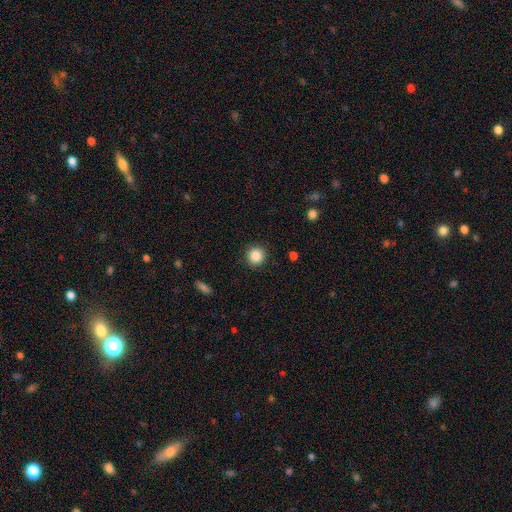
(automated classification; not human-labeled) Smooth or featured?
  - smooth: 87% *
  - star or artifact: 10%
  - featured or disk: 3%
How rounded?
  - round: 93% *
  - in between: 6%
  - cigar-shaped: 1%
Merging?
  - none: 90% *
  - minor disturbance: 6%
  - major disturbance: 2%
  - merger: 1%